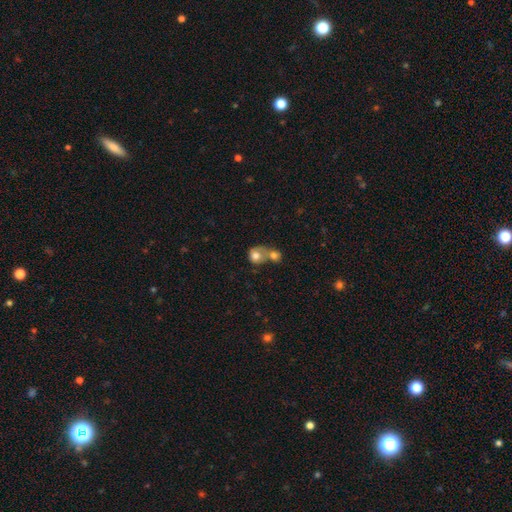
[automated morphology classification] A smooth galaxy with no disk features (76%) that is round (74%).

Vote fractions:
- Smooth or featured? smooth: 76% / featured or disk: 16% / star or artifact: 8%
- How rounded? round: 74% / in between: 25% / cigar-shaped: 1%
- Merging? merger: 69% / none: 19% / minor disturbance: 7% / major disturbance: 5%